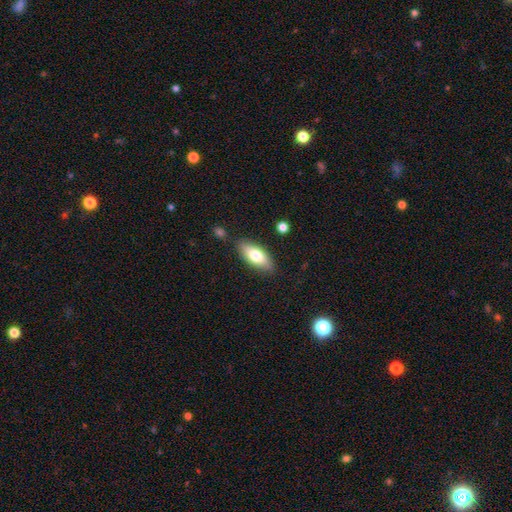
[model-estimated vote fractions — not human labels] The model was most divided on "smooth or featured": smooth: 73%, featured or disk: 20%, star or artifact: 6%. More confident: merging — none (83%); how rounded — in between (81%).